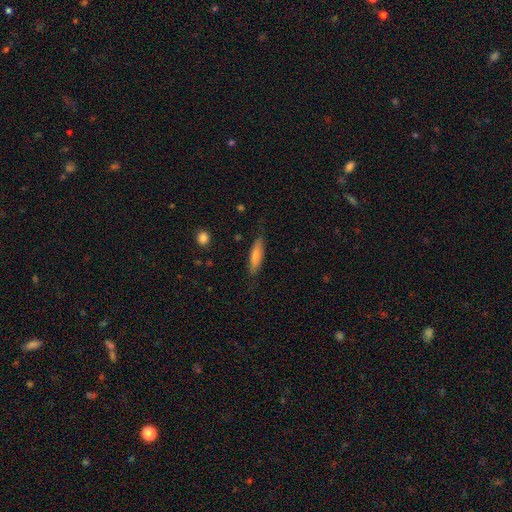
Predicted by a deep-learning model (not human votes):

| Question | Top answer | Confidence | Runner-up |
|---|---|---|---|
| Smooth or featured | smooth | 74% | featured or disk (20%) |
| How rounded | cigar-shaped | 66% | in between (32%) |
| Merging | none | 81% | minor disturbance (14%) |